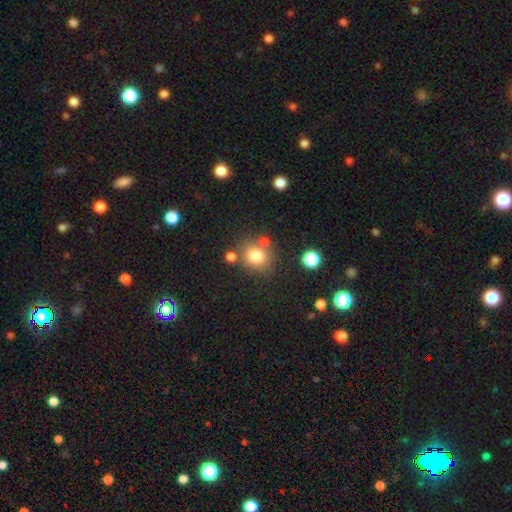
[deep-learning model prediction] smooth-or-featured: smooth: 78% | star or artifact: 13% | featured or disk: 9%
  how-rounded: round: 80% | in between: 19% | cigar-shaped: 1%
  merging: none: 69% | merger: 15% | minor disturbance: 12% | major disturbance: 5%